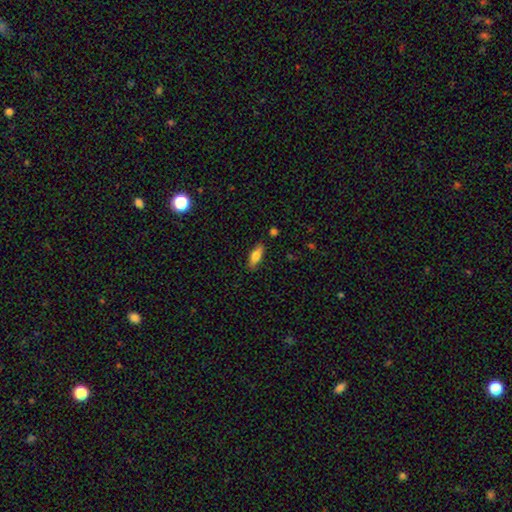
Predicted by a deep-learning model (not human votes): Morphology: type=smooth (73%); roundness=in between (62%); merging=none (84%).